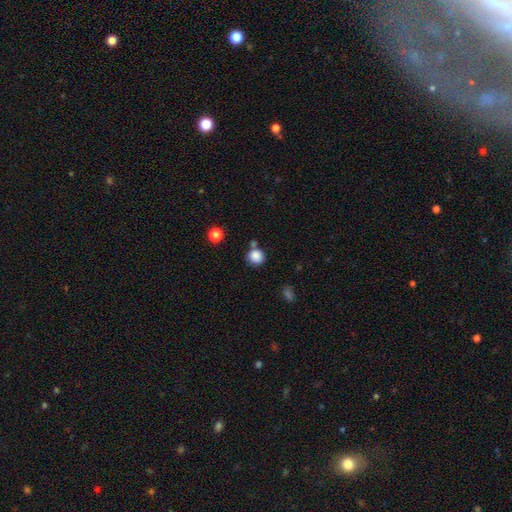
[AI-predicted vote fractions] smooth-or-featured: smooth: 86% | star or artifact: 10% | featured or disk: 4%
  how-rounded: round: 90% | in between: 9% | cigar-shaped: 1%
  merging: none: 71% | merger: 14% | minor disturbance: 11% | major disturbance: 4%